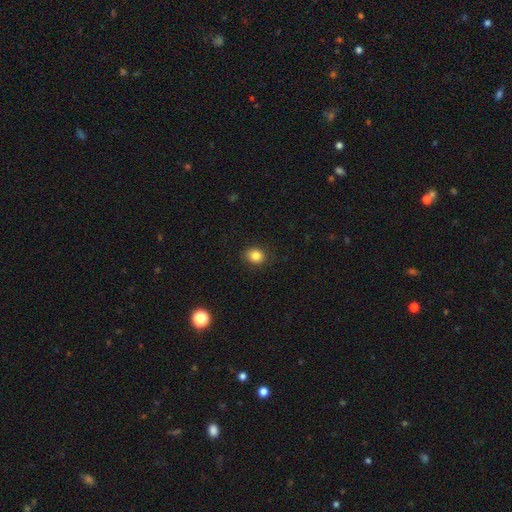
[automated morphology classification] Smooth or featured? Predicted: smooth (p=0.84). How rounded? Predicted: round (p=0.68). Merging? Predicted: none (p=0.87).